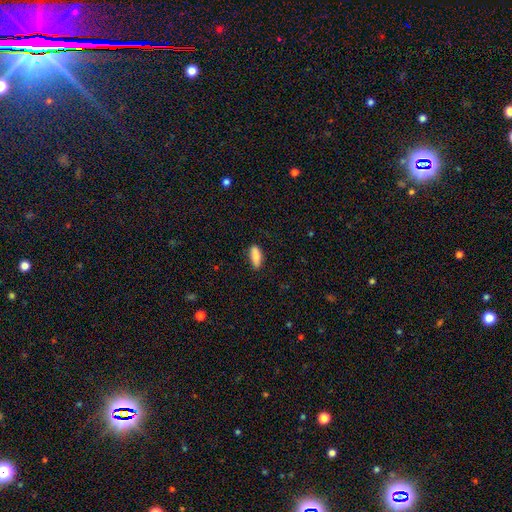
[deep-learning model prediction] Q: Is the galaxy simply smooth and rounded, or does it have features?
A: smooth — 87%.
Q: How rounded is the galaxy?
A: in between — 72%.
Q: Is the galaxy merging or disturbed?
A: none — 76%.